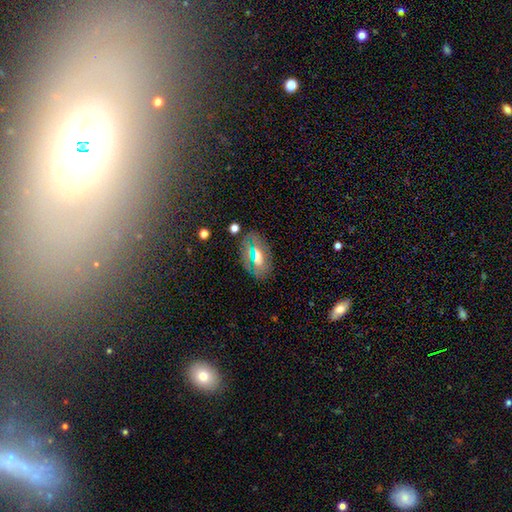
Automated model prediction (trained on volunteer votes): Smooth or featured?
  - smooth: 52% *
  - featured or disk: 34%
  - star or artifact: 15%
How rounded?
  - in between: 86% *
  - round: 9%
  - cigar-shaped: 5%
Merging?
  - none: 80% *
  - minor disturbance: 13%
  - major disturbance: 4%
  - merger: 2%